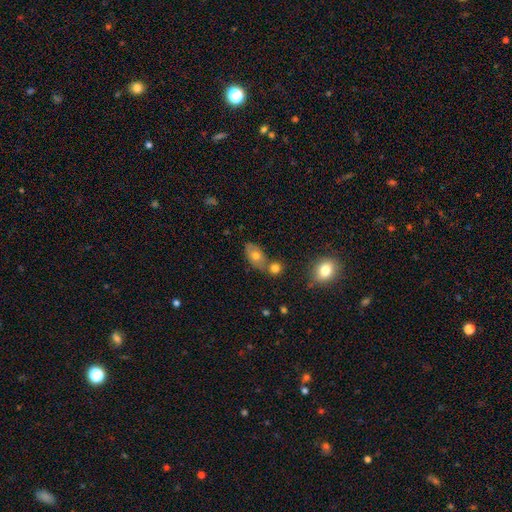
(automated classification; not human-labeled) Q: Smooth or featured?
A: smooth (69%); runner-up: featured or disk (22%)
Q: How rounded?
A: in between (84%); runner-up: round (13%)
Q: Merging?
A: none (49%); runner-up: merger (32%)